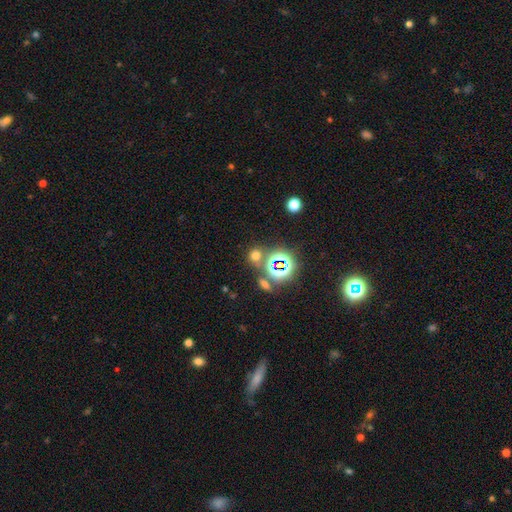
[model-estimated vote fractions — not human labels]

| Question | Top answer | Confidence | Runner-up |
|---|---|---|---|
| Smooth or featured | smooth | 56% | star or artifact (36%) |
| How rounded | round | 75% | in between (23%) |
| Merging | none | 69% | merger (17%) |